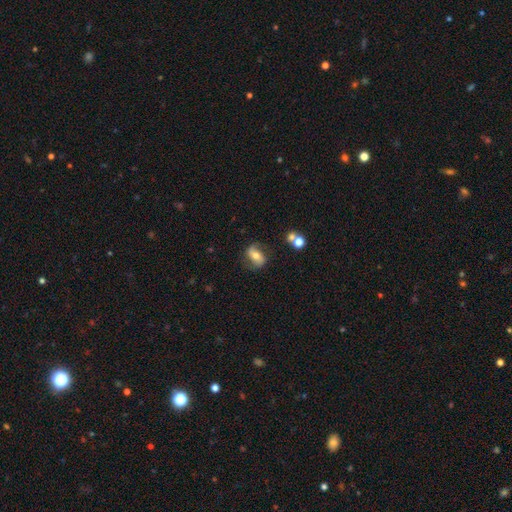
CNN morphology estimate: featured or disk 56%, smooth 35%, star or artifact 9%. Down the decision tree: edge-on disk — no (93%); bar — no (37%); spiral arms — yes (79%); bulge size — moderate (66%); merging — none (70%).